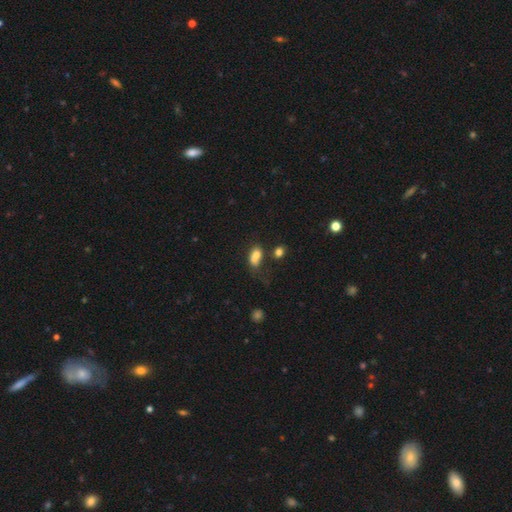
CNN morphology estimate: Overall: smooth (75%). How rounded: in between (80%). Merging: merger (32%; none 31%).